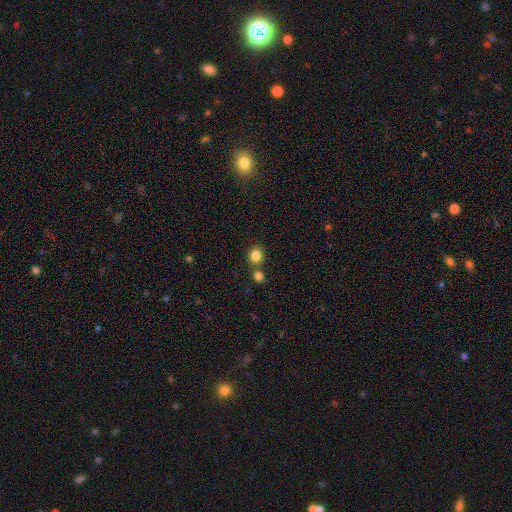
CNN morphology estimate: Smooth or featured? smooth (84%)
How rounded? round (82%)
Merging? none (69%)